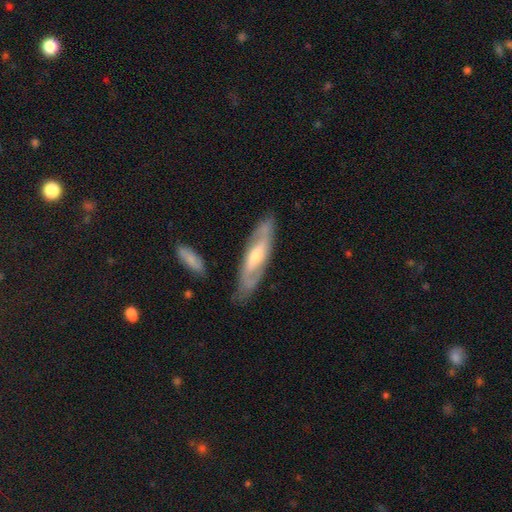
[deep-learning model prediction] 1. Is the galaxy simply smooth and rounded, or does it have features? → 69% featured or disk, 26% smooth, 5% star or artifact.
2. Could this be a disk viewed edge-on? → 73% no, 27% yes.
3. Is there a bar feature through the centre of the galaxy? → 41% weak, 33% no, 26% strong.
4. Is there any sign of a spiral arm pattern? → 80% yes, 20% no.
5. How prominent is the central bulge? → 56% moderate, 35% small, 6% large, 2% none, 1% dominant.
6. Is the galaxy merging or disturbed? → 80% none, 14% minor disturbance, 4% major disturbance, 2% merger.